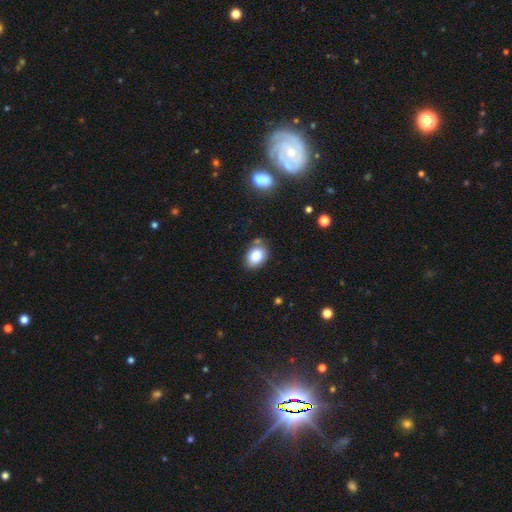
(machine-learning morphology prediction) type=smooth (83%); roundness=in between (78%); merging=none (76%).